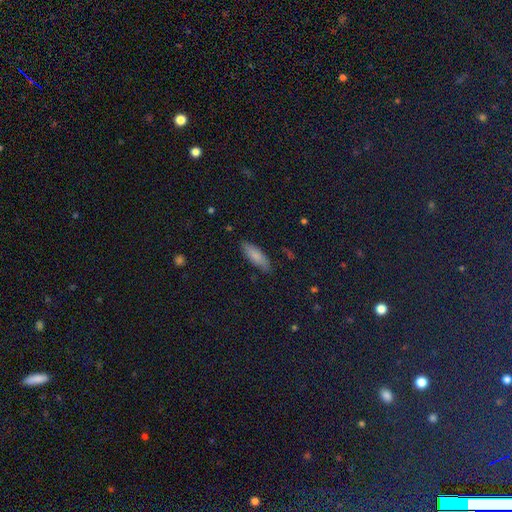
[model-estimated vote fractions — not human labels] Smooth or featured?
  - smooth: 81% *
  - featured or disk: 10%
  - star or artifact: 9%
How rounded?
  - in between: 58% *
  - cigar-shaped: 40%
  - round: 2%
Merging?
  - none: 84% *
  - minor disturbance: 12%
  - major disturbance: 3%
  - merger: 1%